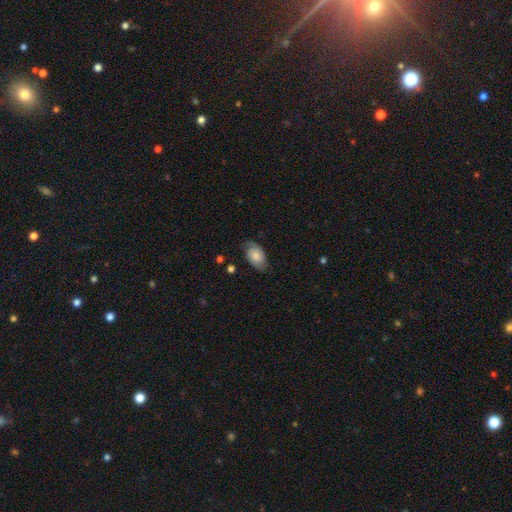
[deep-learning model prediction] The model was most divided on "smooth or featured": smooth: 61%, featured or disk: 31%, star or artifact: 7%. More confident: how rounded — in between (91%); merging — none (67%).